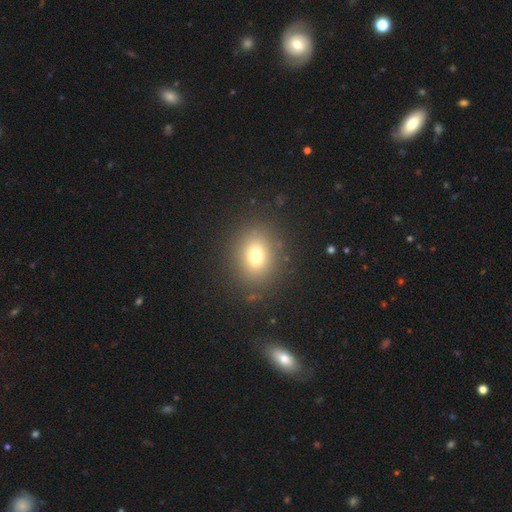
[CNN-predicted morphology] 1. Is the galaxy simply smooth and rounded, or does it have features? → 73% smooth, 16% star or artifact, 11% featured or disk.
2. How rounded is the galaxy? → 62% round, 37% in between, 1% cigar-shaped.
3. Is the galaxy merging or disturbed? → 86% none, 8% minor disturbance, 4% major disturbance, 2% merger.